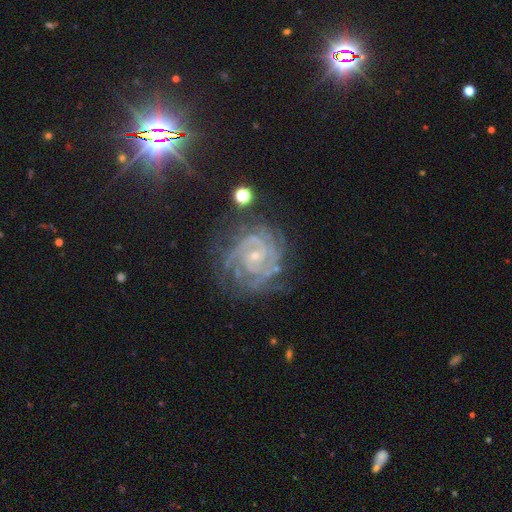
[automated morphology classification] Smooth or featured? Predicted: featured or disk (p=0.87). Edge-on disk? Predicted: no (p=0.98). Bar? Predicted: no (p=0.65). Spiral arms? Predicted: yes (p=0.97). Spiral winding? Predicted: tight (p=0.74). Spiral arm count? Predicted: can't tell (p=0.24, tied with 2). Bulge size? Predicted: small (p=0.80). Merging? Predicted: none (p=0.69).